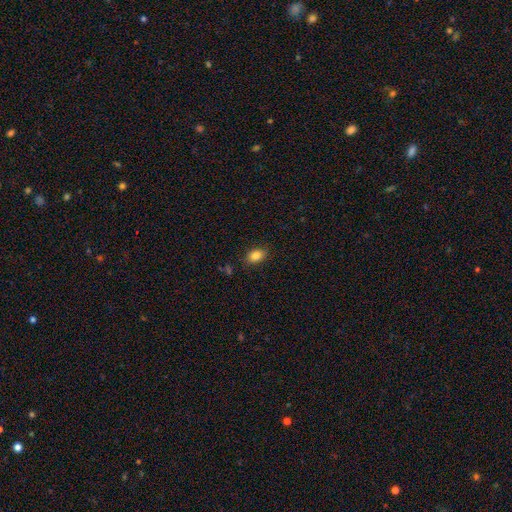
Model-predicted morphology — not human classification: Smooth or featured? Predicted: smooth (p=0.85). How rounded? Predicted: in between (p=0.81). Merging? Predicted: none (p=0.86).